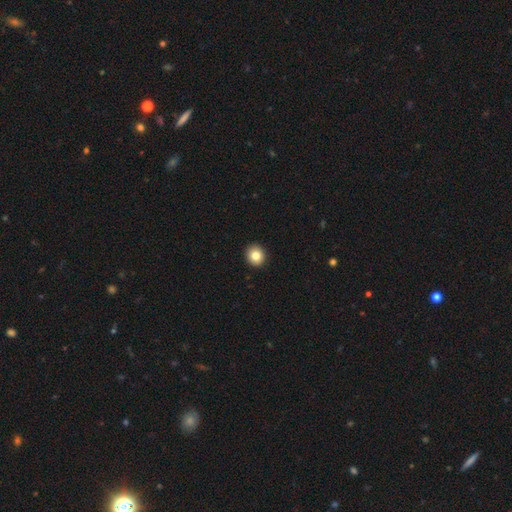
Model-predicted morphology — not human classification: smooth 83%, star or artifact 10%, featured or disk 7%. Down the decision tree: how rounded — round (86%); merging — none (93%).